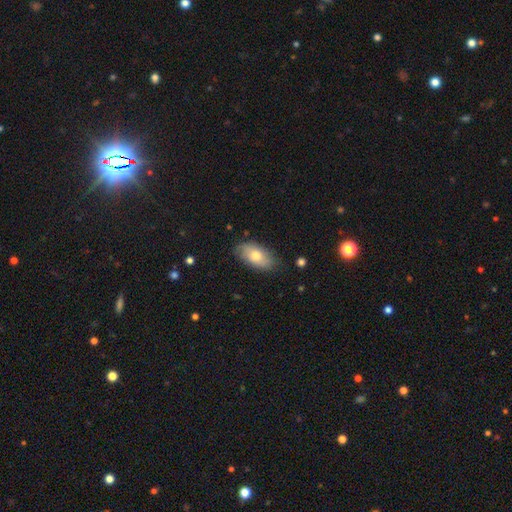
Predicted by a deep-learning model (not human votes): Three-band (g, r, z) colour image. It shows a smooth galaxy with no disk features (69%) that is in between round and cigar-shaped (93%). Merging: none (76%).